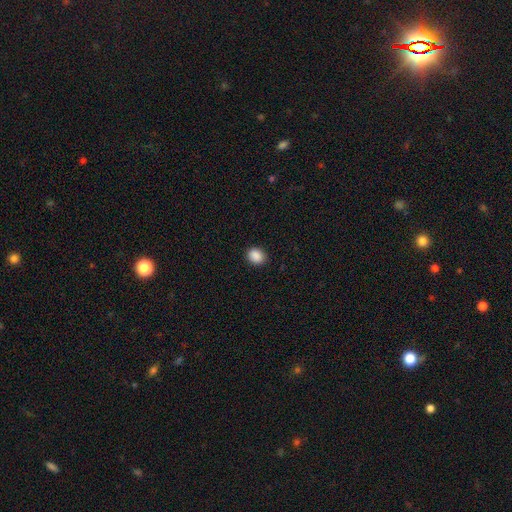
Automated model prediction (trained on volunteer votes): Overall: smooth (89%). How rounded: round (56%; in between 44%). Merging: none (90%).